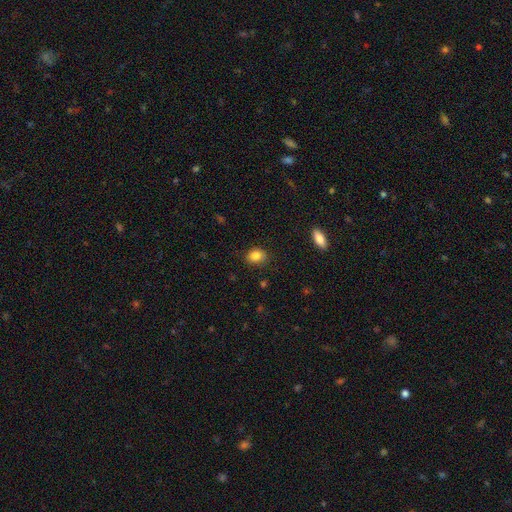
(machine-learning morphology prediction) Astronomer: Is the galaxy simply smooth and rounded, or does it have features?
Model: smooth — 85%.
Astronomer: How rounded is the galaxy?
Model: in between — 53% (runner-up: round, 45%).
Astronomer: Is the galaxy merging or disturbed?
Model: none — 80%.